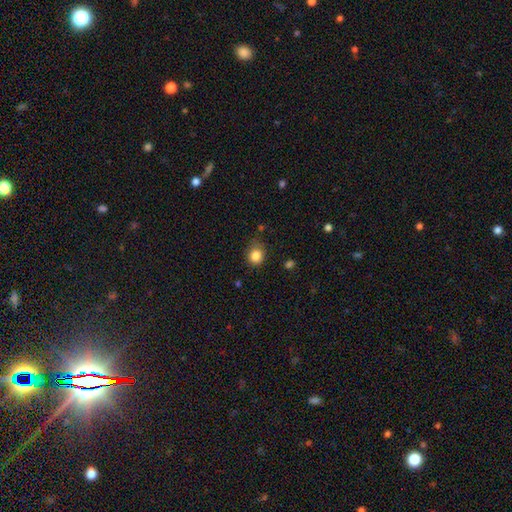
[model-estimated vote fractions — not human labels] smooth 84%, star or artifact 11%, featured or disk 5%. Down the decision tree: how rounded — round (75%); merging — none (68%).